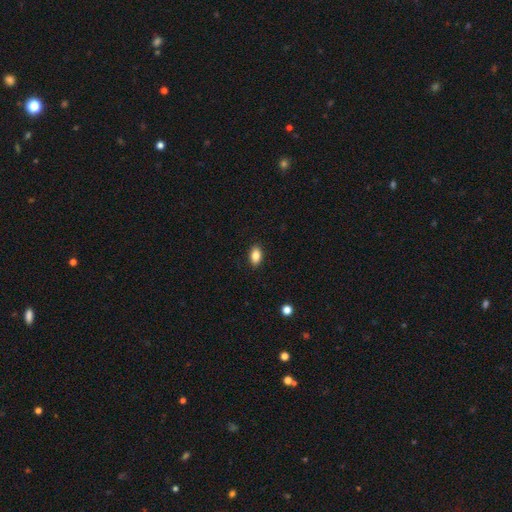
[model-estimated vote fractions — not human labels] The model was most divided on "smooth or featured": smooth: 85%, star or artifact: 8%, featured or disk: 7%. More confident: merging — none (90%); how rounded — in between (89%).